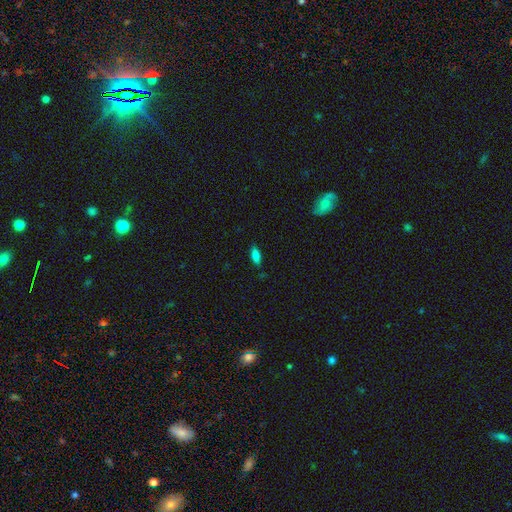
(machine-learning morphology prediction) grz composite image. It shows a smooth galaxy with no disk features (80%) that is in between round and cigar-shaped (77%). Merging: none (82%).